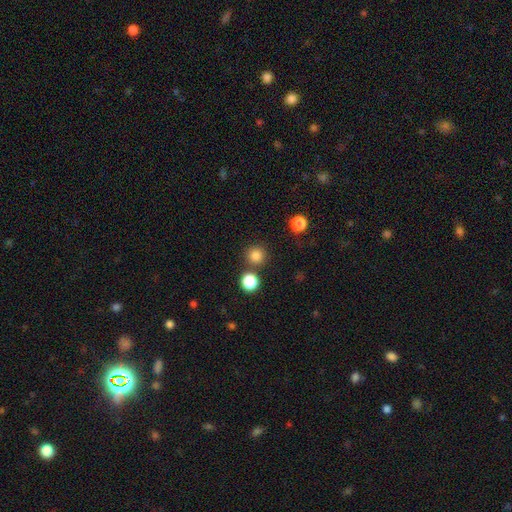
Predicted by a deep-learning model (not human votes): Smooth or featured? Predicted: smooth (p=0.82). How rounded? Predicted: round (p=0.95). Merging? Predicted: none (p=0.84).